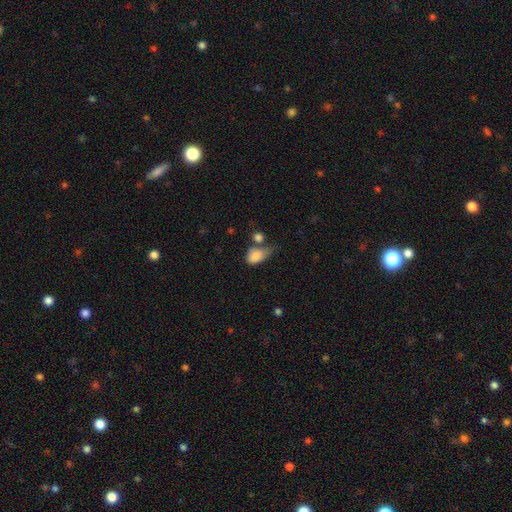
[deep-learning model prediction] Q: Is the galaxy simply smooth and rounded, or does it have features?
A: smooth — 81%.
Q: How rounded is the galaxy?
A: in between — 81%.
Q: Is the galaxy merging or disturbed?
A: minor disturbance — 30%.